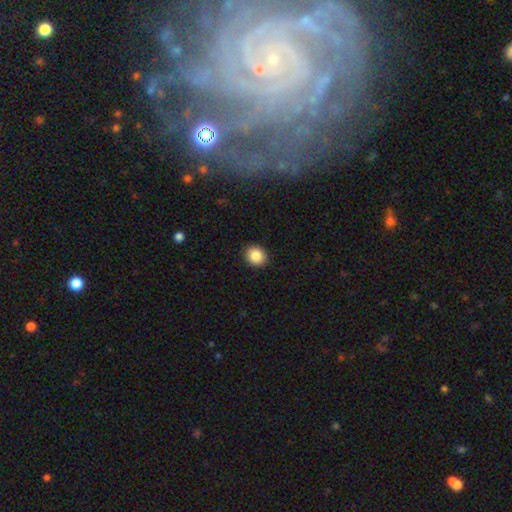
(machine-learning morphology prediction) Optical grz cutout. It shows a smooth galaxy with no disk features (87%) that is round (77%). Merging: none (91%).